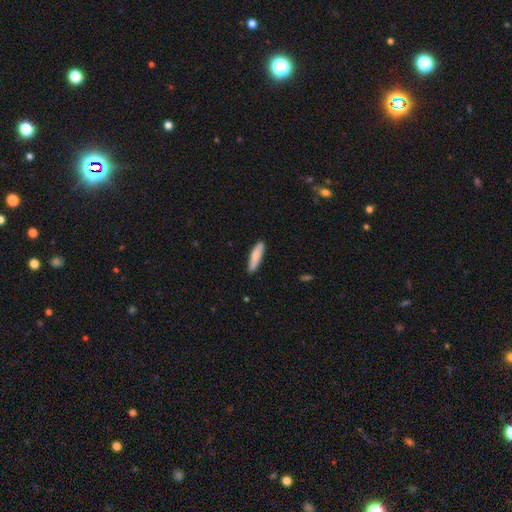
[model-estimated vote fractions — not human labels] A smooth galaxy with no disk features (77%) that is cigar-shaped (77%). Merging: none (87%).